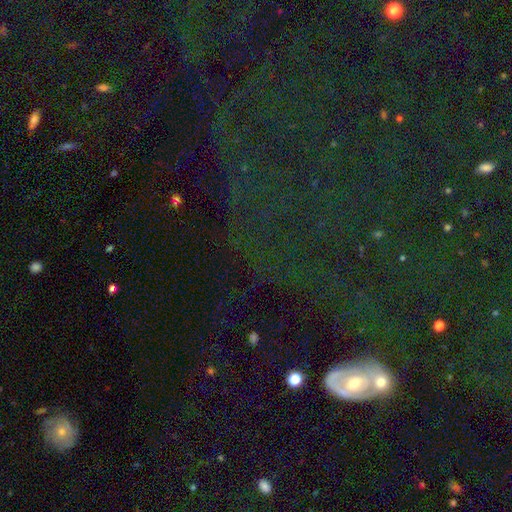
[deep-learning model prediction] Q: Smooth or featured?
A: star or artifact (61%); runner-up: featured or disk (21%)